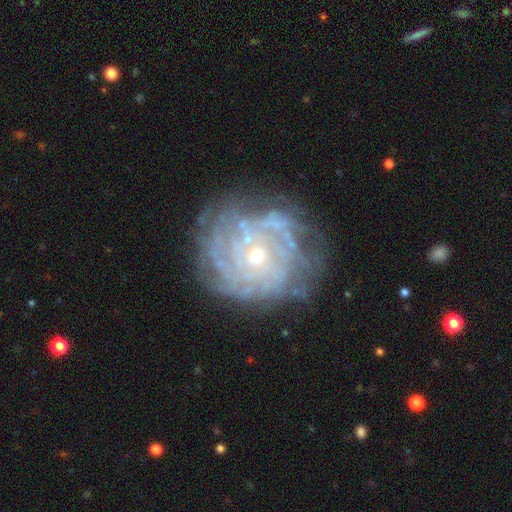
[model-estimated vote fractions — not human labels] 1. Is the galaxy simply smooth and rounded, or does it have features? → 82% featured or disk, 10% smooth, 8% star or artifact.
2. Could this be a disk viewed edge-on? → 97% no, 3% yes.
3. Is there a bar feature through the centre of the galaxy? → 82% no, 15% weak, 4% strong.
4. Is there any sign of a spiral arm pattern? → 87% yes, 13% no.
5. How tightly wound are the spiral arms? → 78% tight, 16% medium, 5% loose.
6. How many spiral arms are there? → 48% can't tell, 18% more than 4, 12% 4, 8% 3, 8% 2, 6% 1.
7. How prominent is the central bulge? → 56% small, 40% moderate, 2% large, 1% none, 1% dominant.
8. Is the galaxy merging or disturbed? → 73% none, 17% minor disturbance, 8% major disturbance, 2% merger.